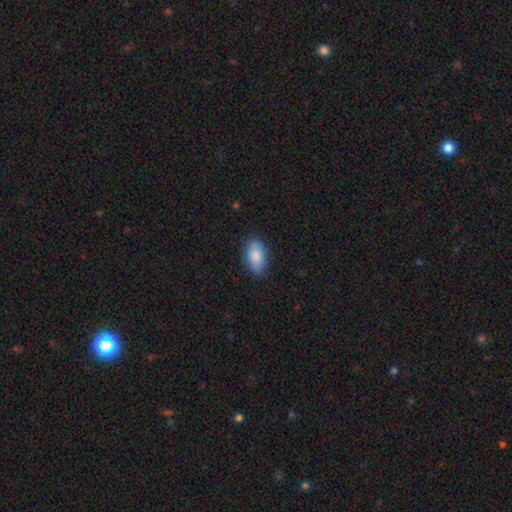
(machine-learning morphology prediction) Smooth or featured? smooth (85%)
How rounded? in between (92%)
Merging? none (81%)